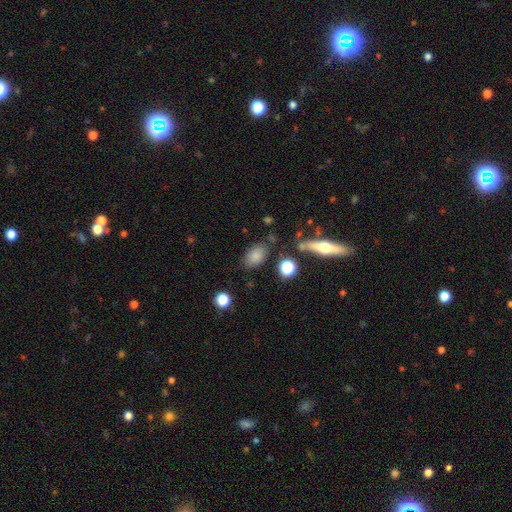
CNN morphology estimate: smooth 82%, star or artifact 11%, featured or disk 7%. Down the decision tree: how rounded — in between (87%); merging — none (76%).